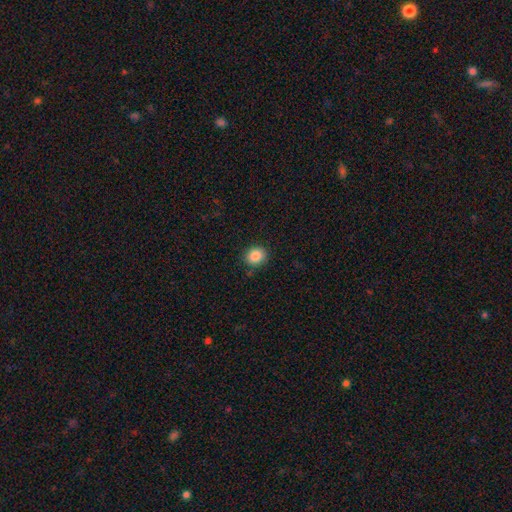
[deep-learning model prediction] Smooth or featured: smooth — 86% (star or artifact — 9%)
How rounded: round — 69% (in between — 30%)
Merging: none — 86% (minor disturbance — 10%)